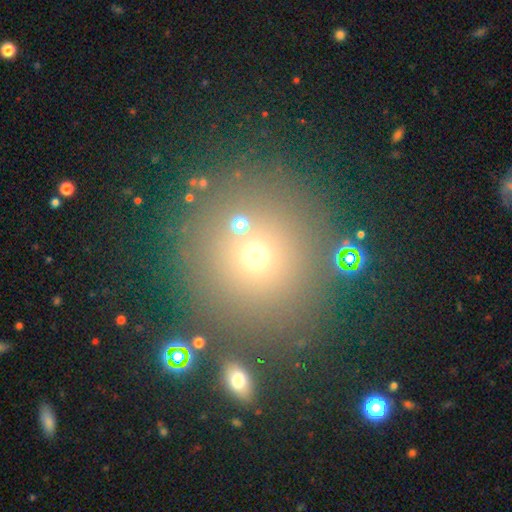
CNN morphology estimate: Smooth or featured?
  - smooth: 62% *
  - star or artifact: 27%
  - featured or disk: 11%
How rounded?
  - round: 87% *
  - in between: 12%
  - cigar-shaped: 1%
Merging?
  - none: 74% *
  - merger: 11%
  - minor disturbance: 10%
  - major disturbance: 5%